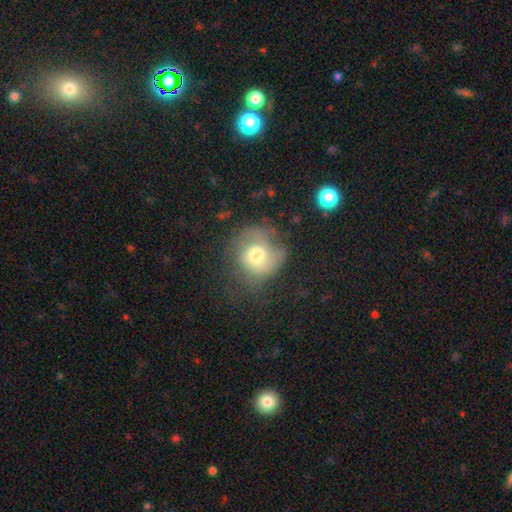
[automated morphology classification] type=smooth (58%); roundness=round (79%); merging=none (44%).